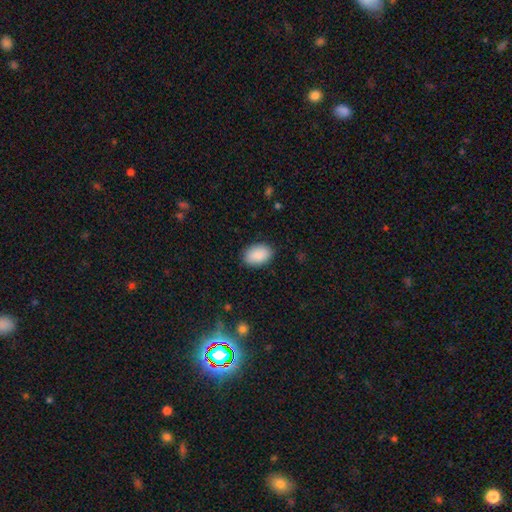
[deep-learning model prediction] smooth-or-featured: smooth: 90% | star or artifact: 6% | featured or disk: 4%
  how-rounded: in between: 89% | round: 10% | cigar-shaped: 1%
  merging: none: 87% | minor disturbance: 9% | major disturbance: 2% | merger: 1%